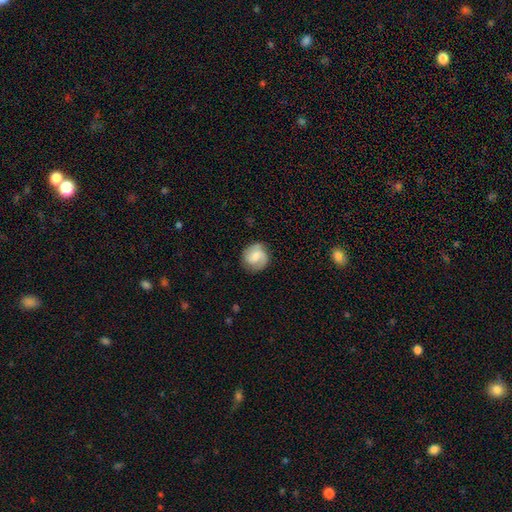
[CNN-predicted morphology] A smooth galaxy with no disk features (52%) that is round (88%). Merging: none (80%).